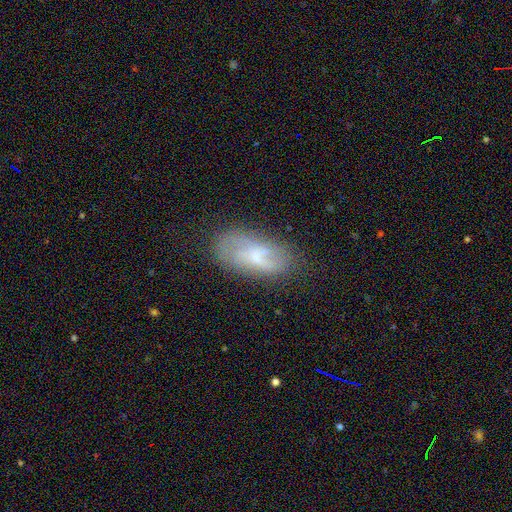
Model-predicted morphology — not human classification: Smooth or featured?
  - featured or disk: 49% *
  - smooth: 42%
  - star or artifact: 9%
Merging?
  - none: 60% *
  - minor disturbance: 25%
  - major disturbance: 12%
  - merger: 3%